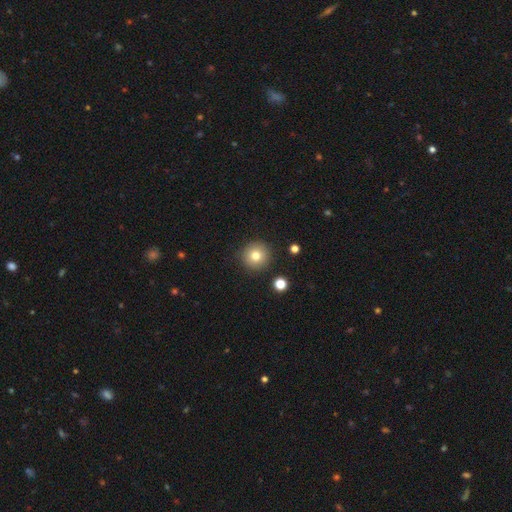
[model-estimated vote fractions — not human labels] The model was most divided on "smooth or featured": smooth: 78%, star or artifact: 12%, featured or disk: 10%. More confident: how rounded — round (95%); merging — none (90%).